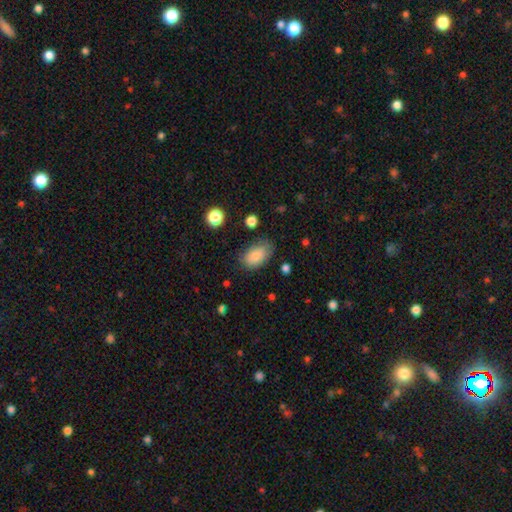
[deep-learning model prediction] Smooth or featured? Predicted: smooth (p=0.85). How rounded? Predicted: in between (p=0.91). Merging? Predicted: none (p=0.71).